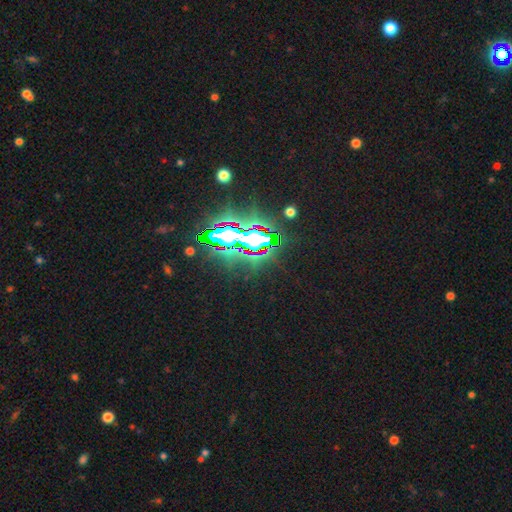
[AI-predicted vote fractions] Smooth or featured? Predicted: star or artifact (p=0.84).